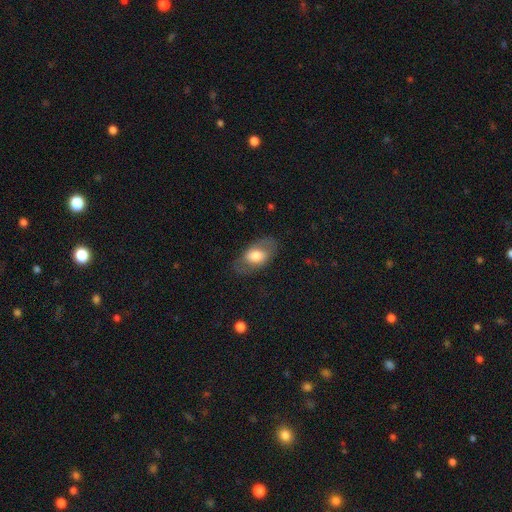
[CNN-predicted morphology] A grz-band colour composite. It shows a smooth galaxy with no disk features (59%) that is in between round and cigar-shaped (89%). Merging: none (74%).